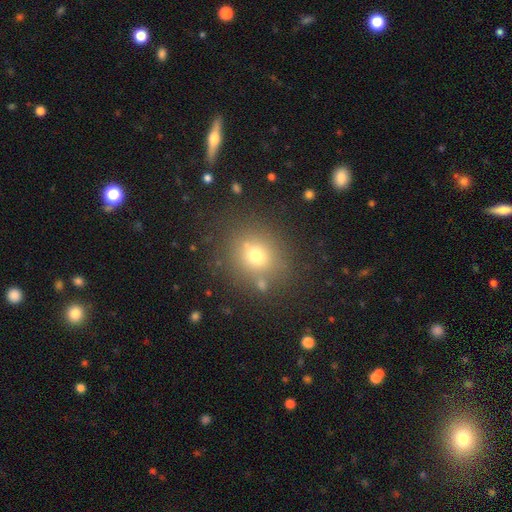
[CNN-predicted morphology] Smooth or featured? smooth (70%)
How rounded? round (81%)
Merging? none (80%)